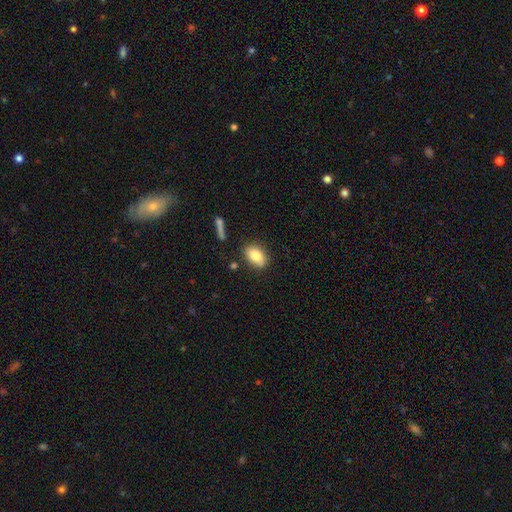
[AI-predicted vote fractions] smooth 82%, featured or disk 11%, star or artifact 7%. Down the decision tree: how rounded — in between (87%); merging — none (80%).